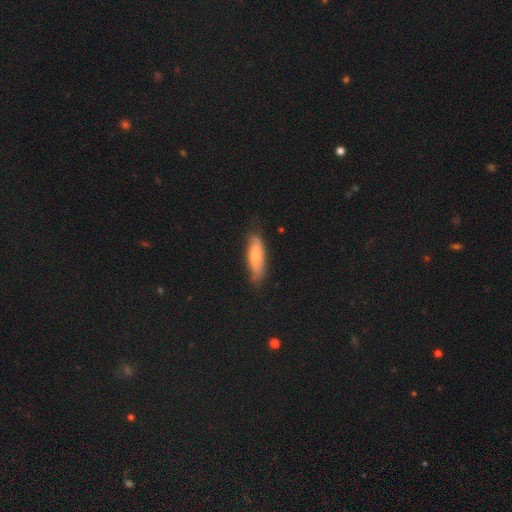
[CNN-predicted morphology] This is likely a smooth galaxy (67%). How rounded: possibly in between (51%). Merging: likely none (70%).